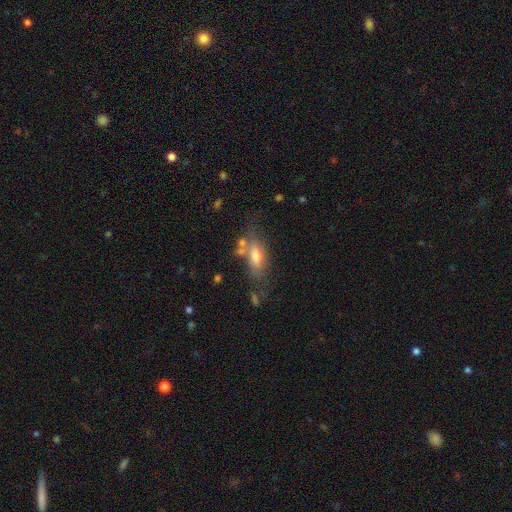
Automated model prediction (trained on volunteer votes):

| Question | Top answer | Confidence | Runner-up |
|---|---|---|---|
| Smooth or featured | smooth | 66% | featured or disk (26%) |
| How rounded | in between | 79% | cigar-shaped (15%) |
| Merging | none | 51% | minor disturbance (21%) |